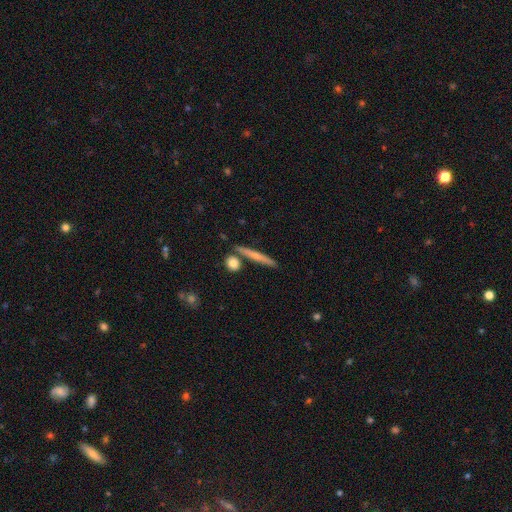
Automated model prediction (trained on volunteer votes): A smooth galaxy with no disk features (56%) that is cigar-shaped (92%). Merging: none (83%).